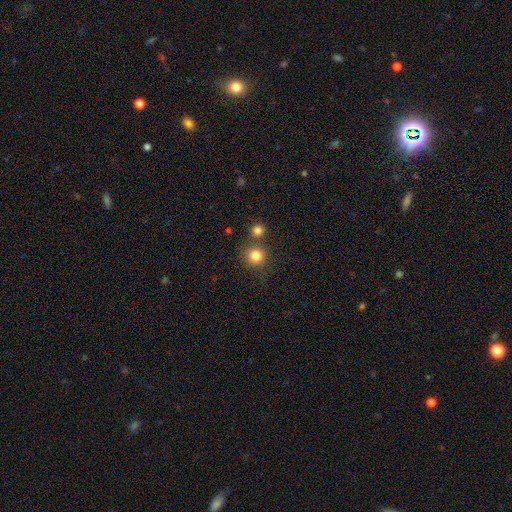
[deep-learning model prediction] A smooth galaxy with no disk features (82%) that is round (93%).

Vote fractions:
- Smooth or featured? smooth: 82% / star or artifact: 12% / featured or disk: 6%
- How rounded? round: 93% / in between: 6% / cigar-shaped: 1%
- Merging? none: 72% / merger: 17% / minor disturbance: 8% / major disturbance: 3%